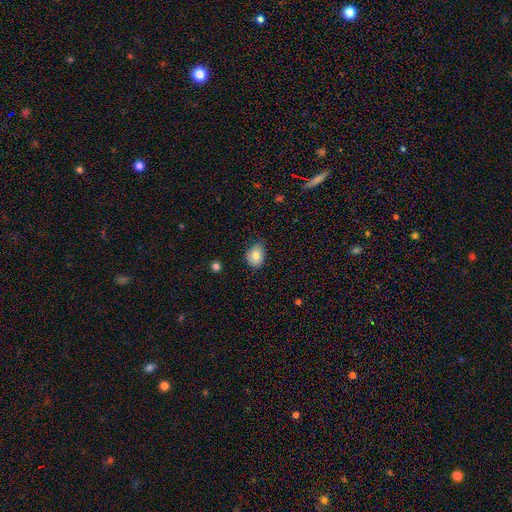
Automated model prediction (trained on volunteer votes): A smooth galaxy with no disk features (81%) that is in between round and cigar-shaped (71%). Merging: none (73%).